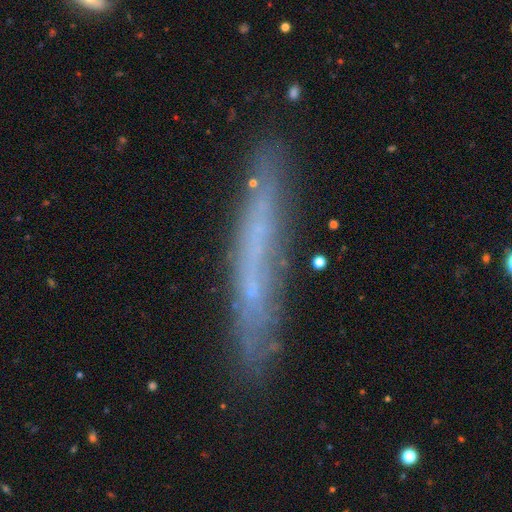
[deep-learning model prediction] Q: Smooth or featured?
A: featured or disk (54%); runner-up: smooth (36%)
Q: Edge-on disk?
A: yes (79%); runner-up: no (21%)
Q: Merging?
A: none (81%); runner-up: minor disturbance (13%)